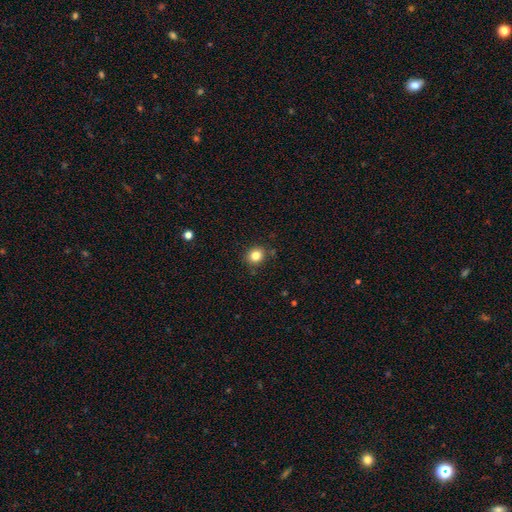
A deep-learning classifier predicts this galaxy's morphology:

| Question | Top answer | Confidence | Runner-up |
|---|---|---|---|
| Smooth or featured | smooth | 82% | star or artifact (12%) |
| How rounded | round | 83% | in between (16%) |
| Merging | none | 87% | minor disturbance (9%) |